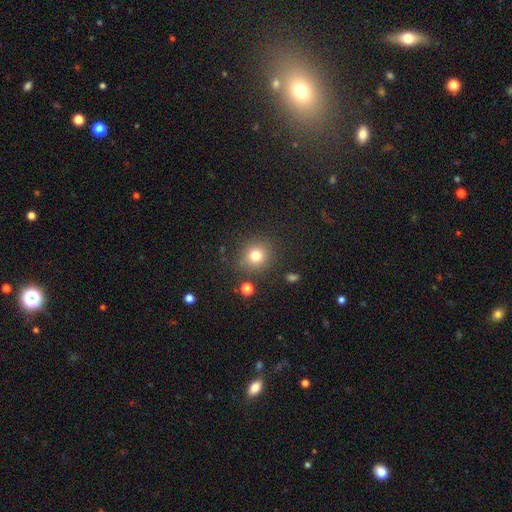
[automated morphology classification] A smooth galaxy with no disk features (78%) that is round (89%). Merging: none (84%).